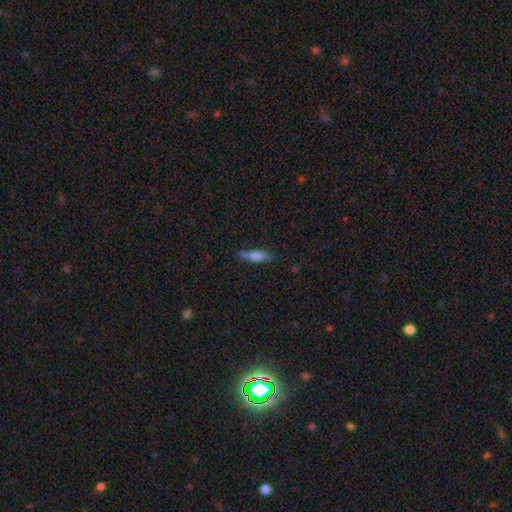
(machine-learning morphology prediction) Overall: smooth (67%). How rounded: cigar-shaped (63%; in between 34%). Merging: none (68%).